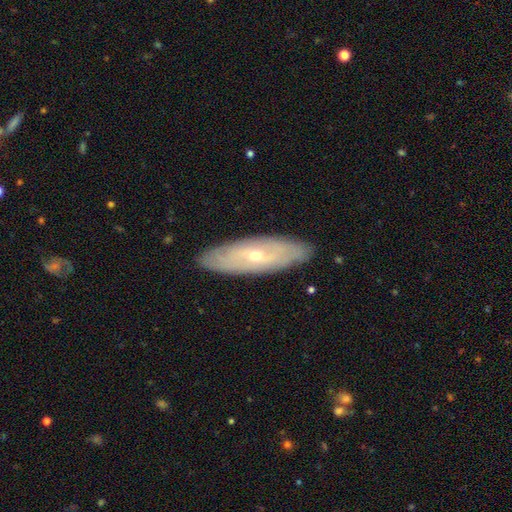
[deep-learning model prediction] A featured or disk galaxy (66%).

Vote fractions:
- Smooth or featured? featured or disk: 66% / smooth: 27% / star or artifact: 6%
- Edge-on disk? no: 70% / yes: 30%
- Merging? none: 87% / minor disturbance: 10% / major disturbance: 2% / merger: 1%